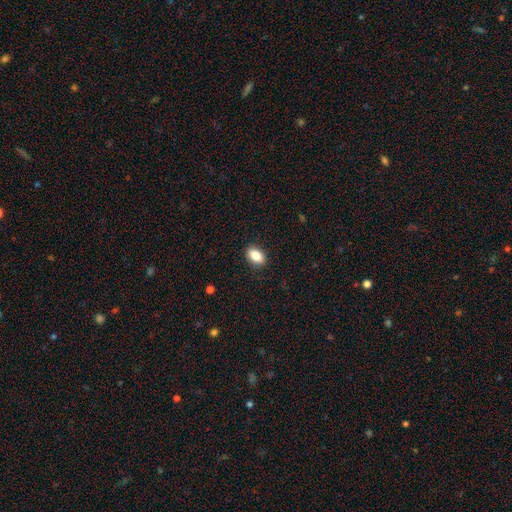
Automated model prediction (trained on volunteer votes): Smooth or featured? smooth (86%)
How rounded? in between (89%)
Merging? none (88%)